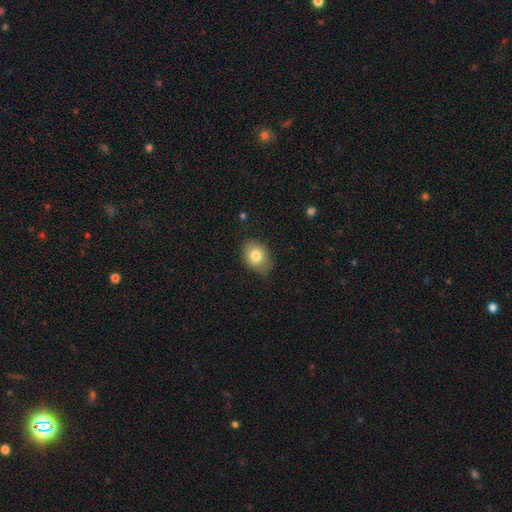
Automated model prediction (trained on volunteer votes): A smooth galaxy with no disk features (80%) that is in between round and cigar-shaped (70%).

Vote fractions:
- Smooth or featured? smooth: 80% / featured or disk: 12% / star or artifact: 8%
- How rounded? in between: 70% / round: 29% / cigar-shaped: 1%
- Merging? none: 70% / minor disturbance: 25% / major disturbance: 4% / merger: 1%